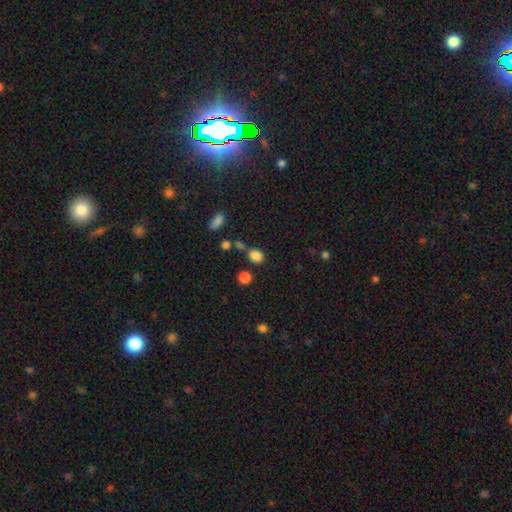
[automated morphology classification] Smooth or featured?
  - smooth: 84% *
  - star or artifact: 12%
  - featured or disk: 4%
How rounded?
  - round: 56% *
  - in between: 43%
  - cigar-shaped: 1%
Merging?
  - none: 73% *
  - minor disturbance: 12%
  - merger: 11%
  - major disturbance: 4%